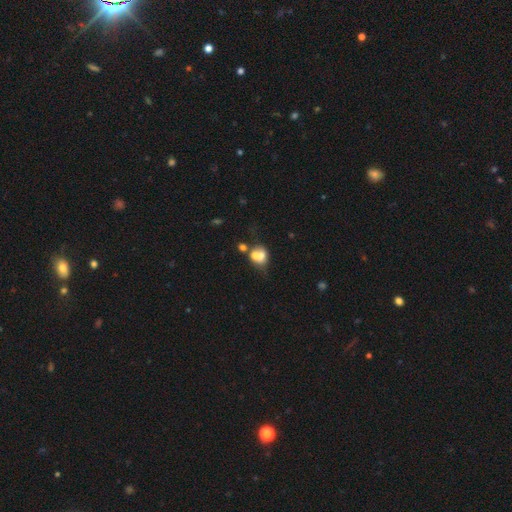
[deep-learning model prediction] Smooth or featured? smooth (66%)
How rounded? round (51%)
Merging? merger (55%)